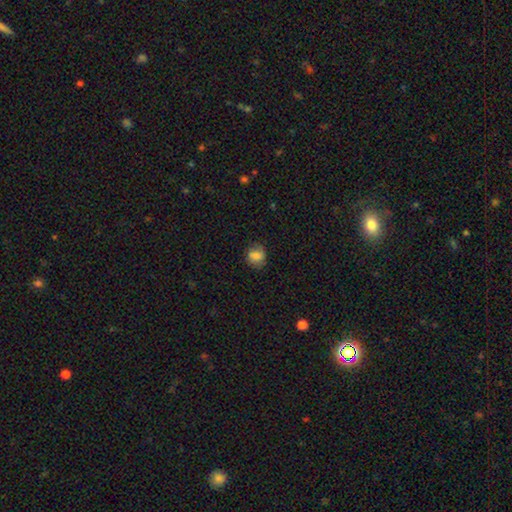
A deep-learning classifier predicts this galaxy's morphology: Smooth or featured? smooth (79%)
How rounded? round (71%)
Merging? none (77%)